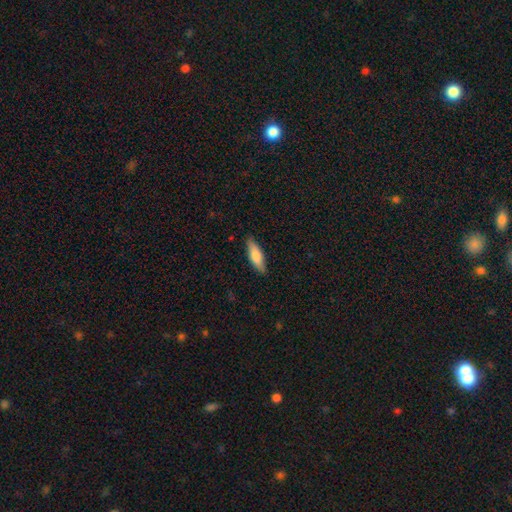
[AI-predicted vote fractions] Smooth or featured? Predicted: smooth (p=0.74). How rounded? Predicted: cigar-shaped (p=0.49, tied with in between). Merging? Predicted: none (p=0.86).